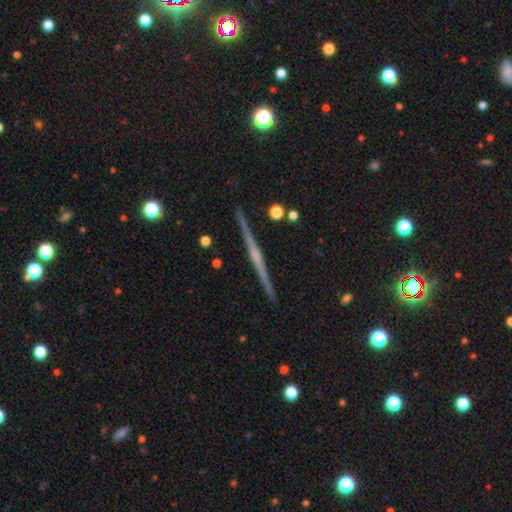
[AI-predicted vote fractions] Overall: featured or disk (81%). Edge-on disk: yes (99%). Edge-on bulge: rounded (58%; none 31%). Merging: none (93%).